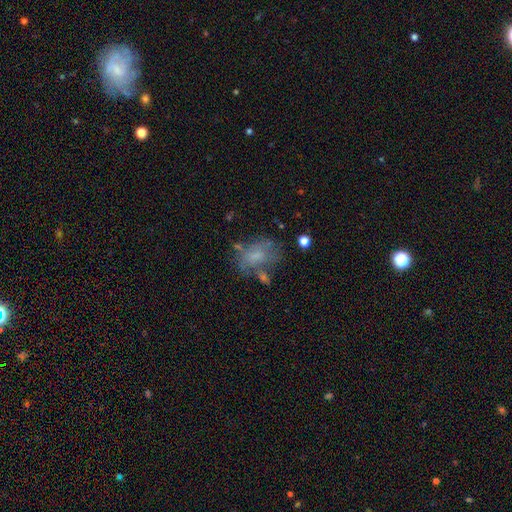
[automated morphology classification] Smooth or featured? smooth (49%)
Merging? none (41%)